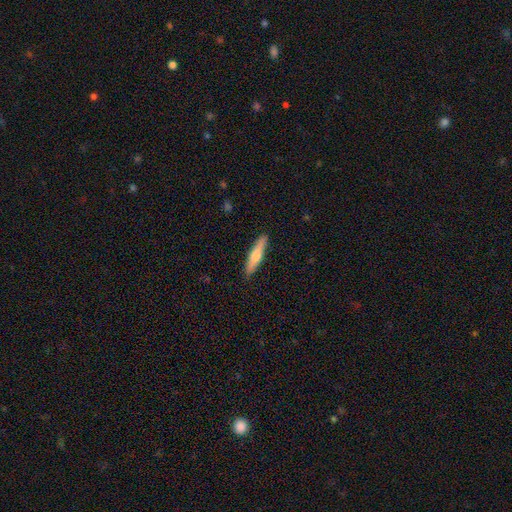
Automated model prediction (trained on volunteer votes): Smooth or featured: smooth — 54% (featured or disk — 40%)
How rounded: cigar-shaped — 86% (in between — 12%)
Merging: none — 90% (minor disturbance — 7%)